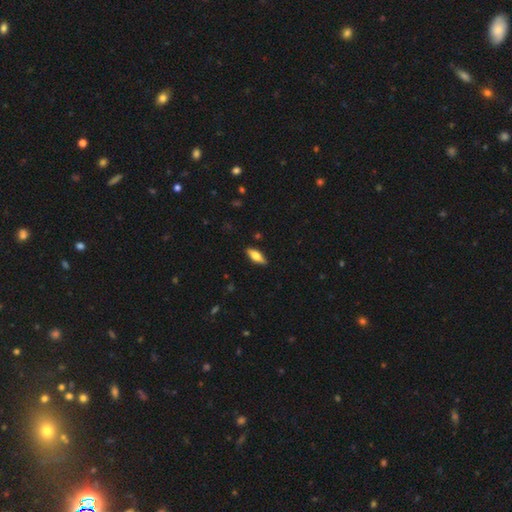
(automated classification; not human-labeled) Smooth or featured: smooth — 61% (featured or disk — 33%)
How rounded: in between — 65% (cigar-shaped — 33%)
Merging: none — 87% (minor disturbance — 10%)